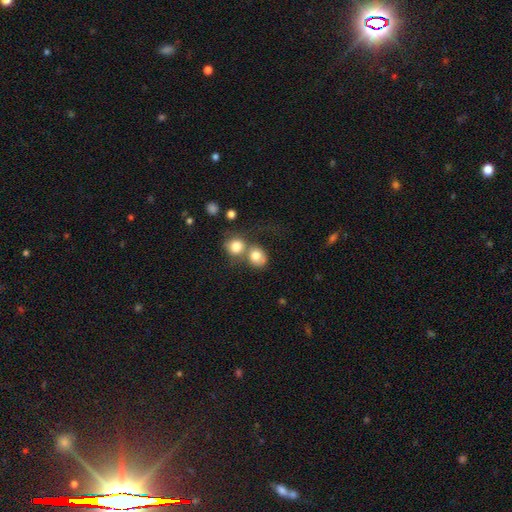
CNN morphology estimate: A smooth galaxy with no disk features (78%) that is round (73%). Merging: merger (56%).